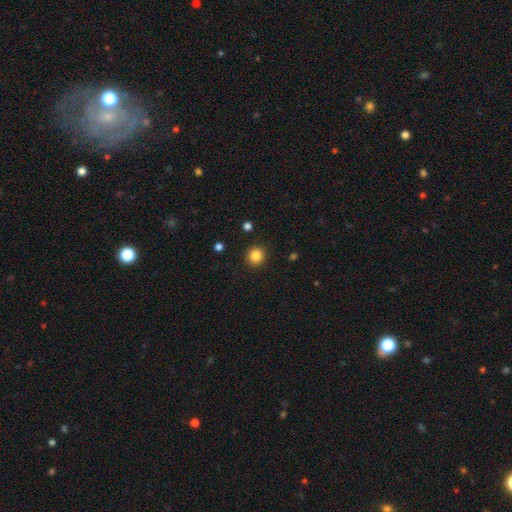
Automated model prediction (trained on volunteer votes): smooth_or_featured: smooth (p=0.85) [alt: star or artifact p=0.11]
how_rounded: round (p=0.91) [alt: in between p=0.08]
merging: none (p=0.92) [alt: minor disturbance p=0.05]